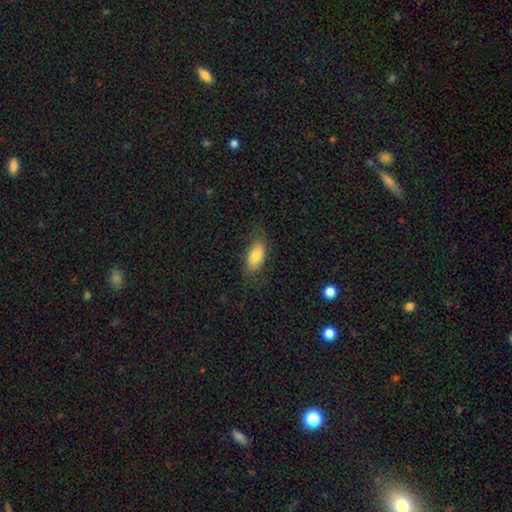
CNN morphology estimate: Smooth or featured: smooth — 77% (featured or disk — 16%)
How rounded: in between — 90% (cigar-shaped — 6%)
Merging: none — 73% (minor disturbance — 19%)